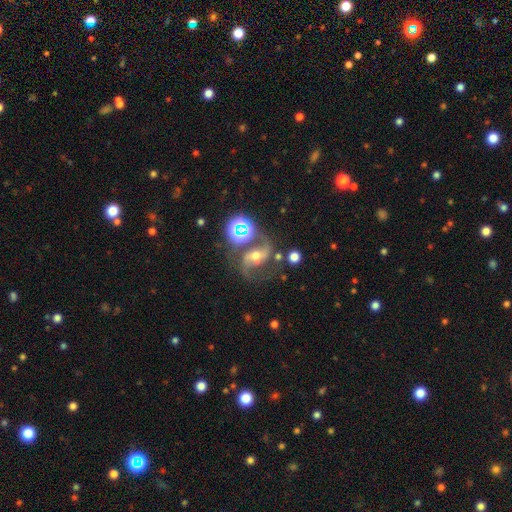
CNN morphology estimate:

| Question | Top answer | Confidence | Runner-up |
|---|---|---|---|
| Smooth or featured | featured or disk | 78% | star or artifact (13%) |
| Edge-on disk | no | 97% | yes (3%) |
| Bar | weak | 37% | strong (34%) |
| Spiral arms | yes | 94% | no (6%) |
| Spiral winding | medium | 46% | loose (43%) |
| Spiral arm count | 2 | 90% | 1 (3%) |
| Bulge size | moderate | 64% | small (24%) |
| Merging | none | 60% | minor disturbance (17%) |